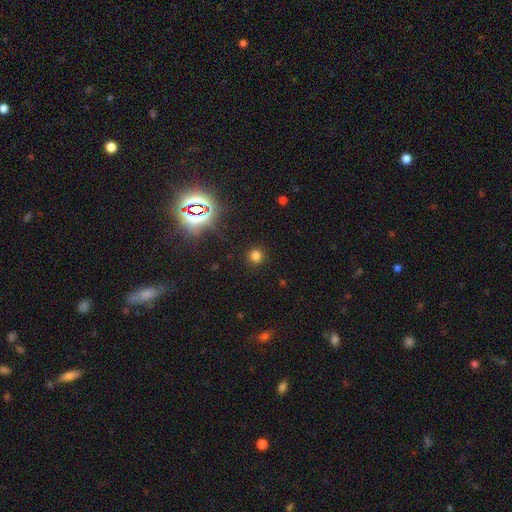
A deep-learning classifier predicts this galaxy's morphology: This appears to be a smooth galaxy with no disk features (75%) that is round (92%). Merging: none (89%).